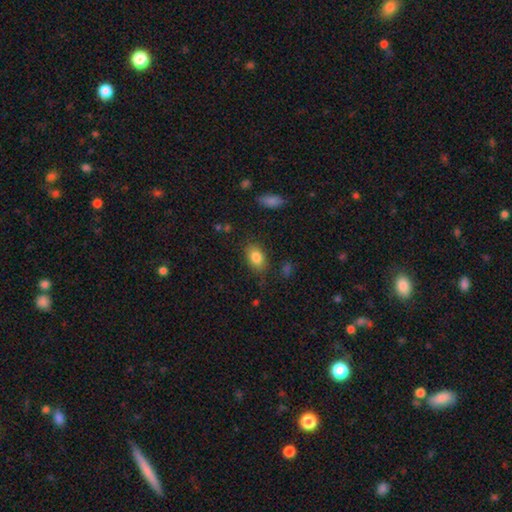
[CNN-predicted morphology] Smooth or featured?
  - smooth: 84% *
  - featured or disk: 9%
  - star or artifact: 8%
How rounded?
  - in between: 87% *
  - round: 12%
  - cigar-shaped: 2%
Merging?
  - none: 81% *
  - minor disturbance: 13%
  - major disturbance: 4%
  - merger: 2%